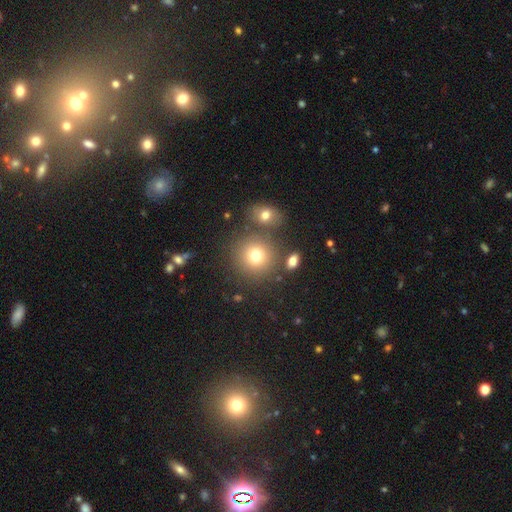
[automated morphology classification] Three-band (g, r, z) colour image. It shows a smooth galaxy with no disk features (75%) that is round (90%). Merging: none (74%).